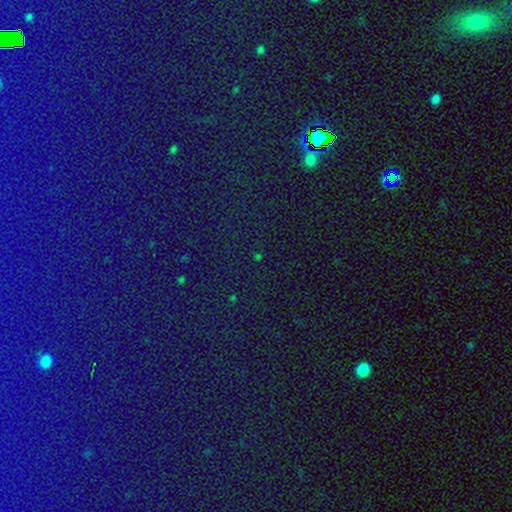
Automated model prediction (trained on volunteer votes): Overall: star or artifact (81%).